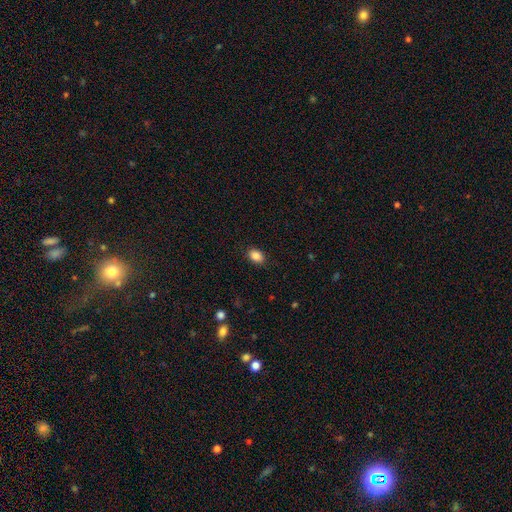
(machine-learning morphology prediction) Smooth or featured: smooth — 87% (star or artifact — 9%)
How rounded: in between — 77% (round — 22%)
Merging: none — 87% (minor disturbance — 10%)